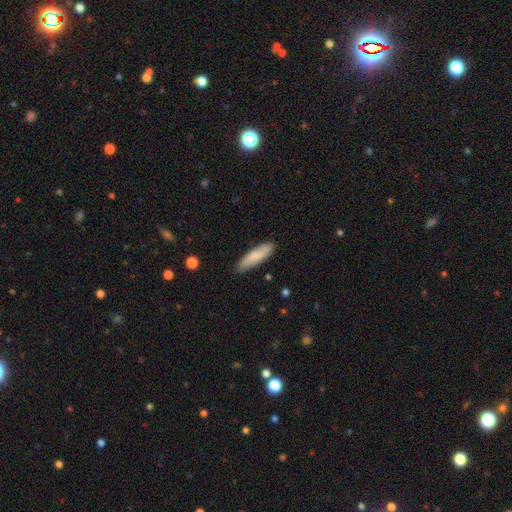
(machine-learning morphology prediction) This is clearly a smooth galaxy (80%). How rounded: likely cigar-shaped (68%). Merging: clearly none (86%).